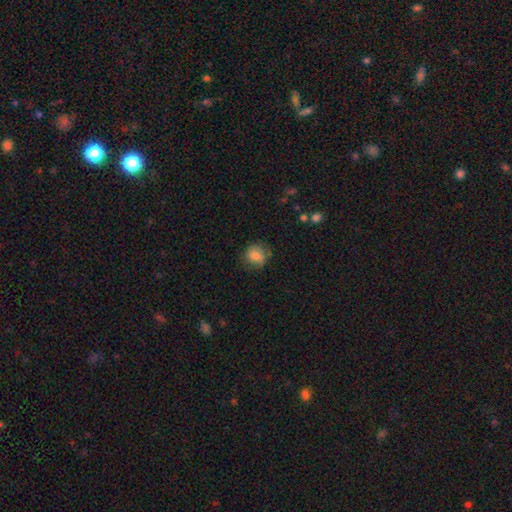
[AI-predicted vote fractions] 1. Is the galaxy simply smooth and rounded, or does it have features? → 75% smooth, 17% featured or disk, 8% star or artifact.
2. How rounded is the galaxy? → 75% round, 24% in between, 1% cigar-shaped.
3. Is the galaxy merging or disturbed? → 66% none, 24% minor disturbance, 8% major disturbance, 1% merger.